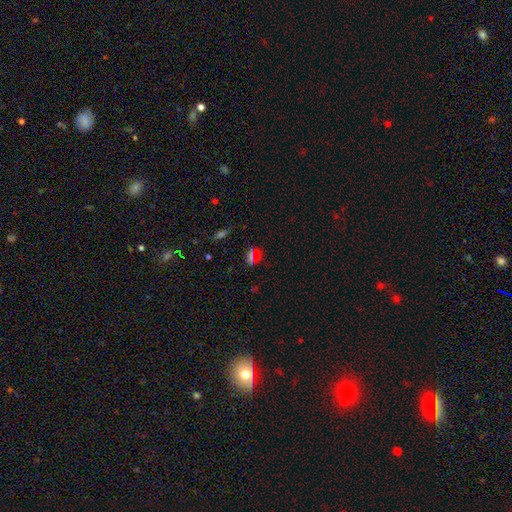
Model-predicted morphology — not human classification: Smooth or featured? smooth (50%)
Merging? none (82%)